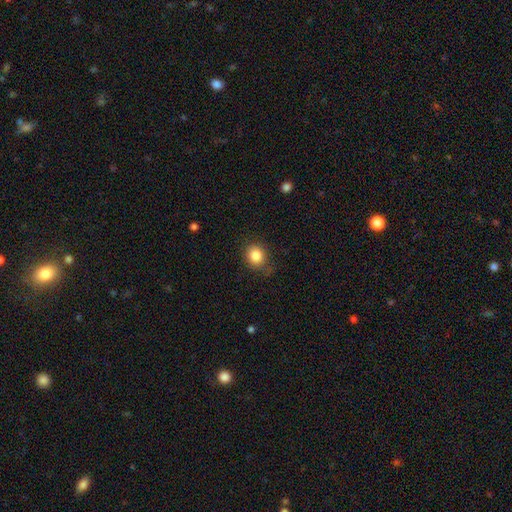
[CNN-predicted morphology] smooth-or-featured: smooth: 85% | star or artifact: 10% | featured or disk: 5%
  how-rounded: round: 74% | in between: 25% | cigar-shaped: 1%
  merging: none: 77% | minor disturbance: 17% | major disturbance: 5% | merger: 1%